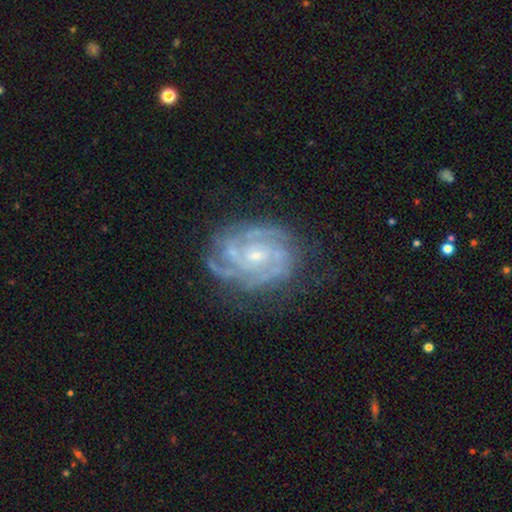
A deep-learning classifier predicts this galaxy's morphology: A featured or disk galaxy (88%) with no bar (63%), 3 (28%) tight (69%) spiral arms (96%) and a small central bulge (69%). Merging: none (70%).